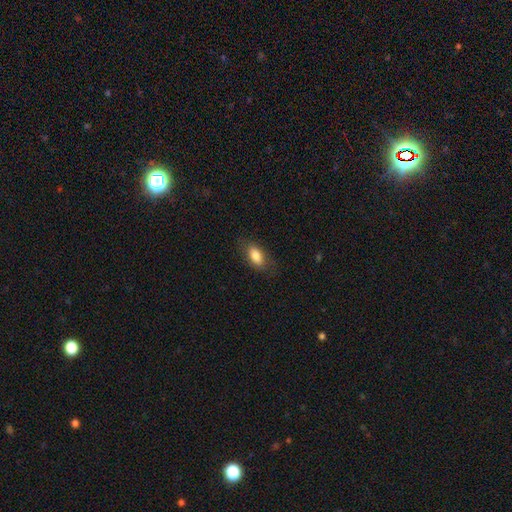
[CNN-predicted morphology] The model was most divided on "merging": none: 79%, minor disturbance: 15%, major disturbance: 5%, merger: 1%. More confident: how rounded — in between (88%); smooth or featured — smooth (83%).